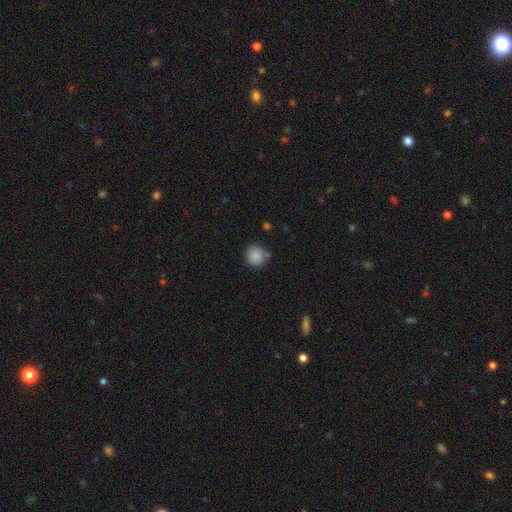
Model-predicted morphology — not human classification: Q: Smooth or featured?
A: smooth (88%); runner-up: star or artifact (9%)
Q: How rounded?
A: round (91%); runner-up: in between (8%)
Q: Merging?
A: none (78%); runner-up: minor disturbance (13%)